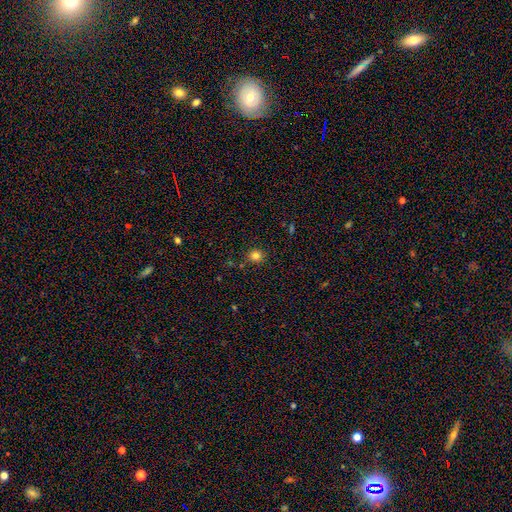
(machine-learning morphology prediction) A smooth galaxy with no disk features (81%) that is round (86%).

Vote fractions:
- Smooth or featured? smooth: 81% / star or artifact: 14% / featured or disk: 5%
- How rounded? round: 86% / in between: 13% / cigar-shaped: 1%
- Merging? none: 86% / minor disturbance: 9% / merger: 3% / major disturbance: 3%